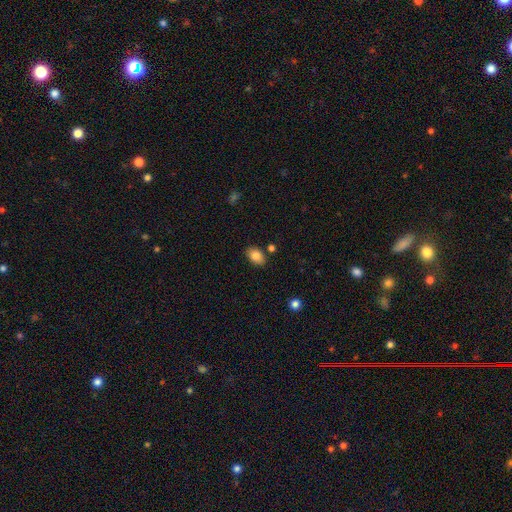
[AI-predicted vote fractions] Smooth or featured? Predicted: smooth (p=0.85). How rounded? Predicted: in between (p=0.84). Merging? Predicted: none (p=0.83).